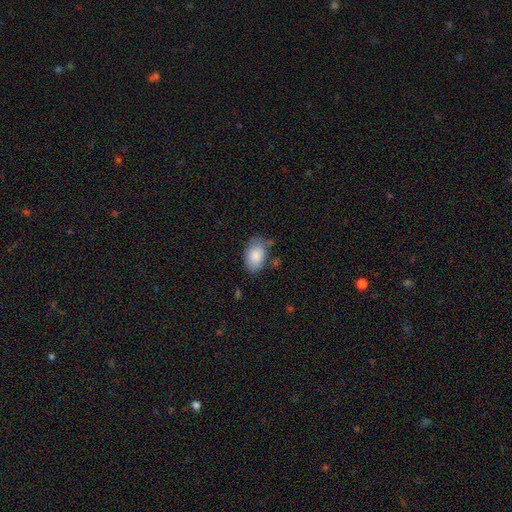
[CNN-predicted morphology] A smooth galaxy with no disk features (86%) that is in between round and cigar-shaped (90%). Merging: none (66%).